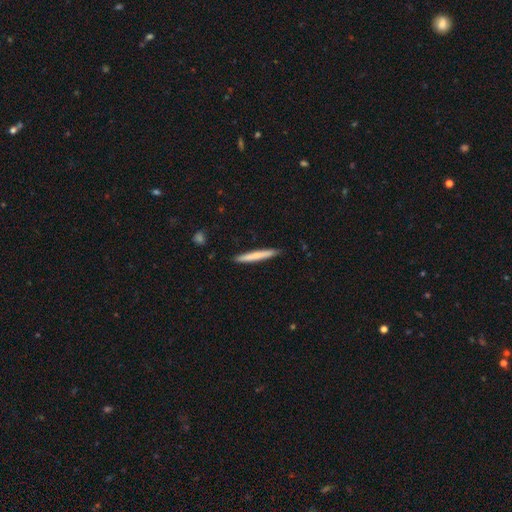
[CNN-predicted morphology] Smooth or featured?
  - smooth: 70% *
  - featured or disk: 25%
  - star or artifact: 5%
How rounded?
  - cigar-shaped: 96% *
  - in between: 2%
  - round: 1%
Merging?
  - none: 91% *
  - minor disturbance: 7%
  - major disturbance: 1%
  - merger: 1%